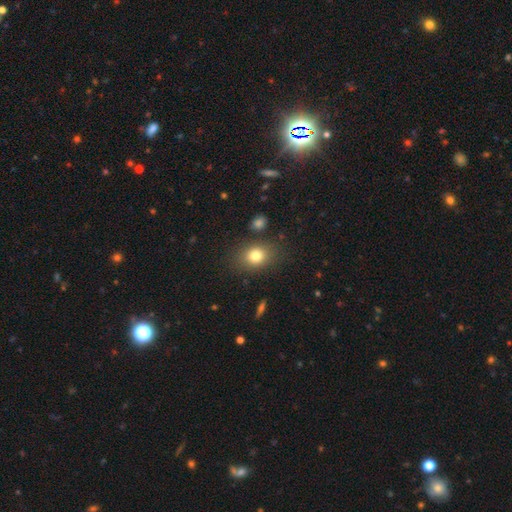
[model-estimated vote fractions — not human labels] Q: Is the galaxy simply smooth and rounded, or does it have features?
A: smooth — 79%.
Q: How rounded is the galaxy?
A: in between — 58%.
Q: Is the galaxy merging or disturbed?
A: none — 80%.